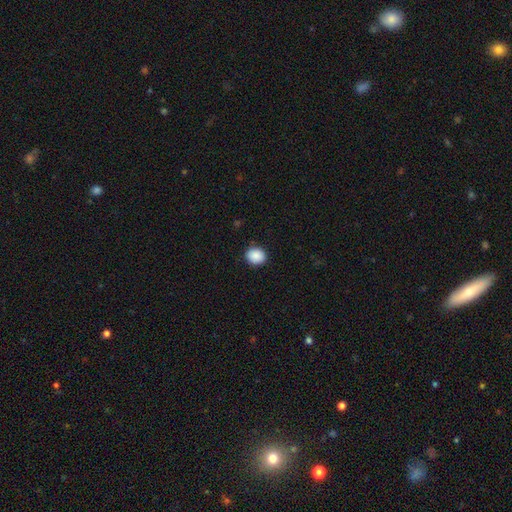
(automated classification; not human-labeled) smooth-or-featured: smooth: 89% | star or artifact: 8% | featured or disk: 3%
  how-rounded: round: 71% | in between: 28% | cigar-shaped: 1%
  merging: none: 89% | minor disturbance: 8% | major disturbance: 2% | merger: 1%